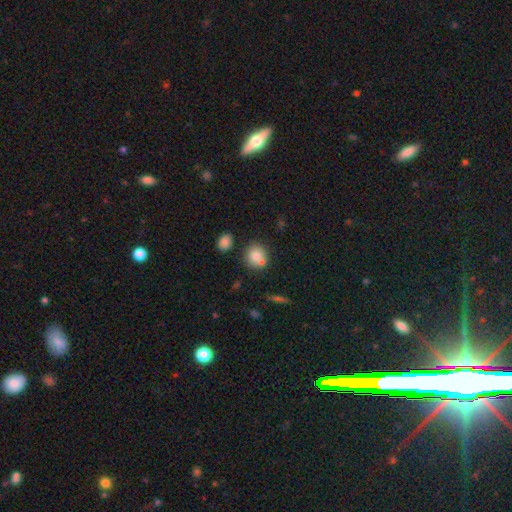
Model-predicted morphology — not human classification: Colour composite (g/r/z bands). It shows a smooth galaxy with no disk features (76%) that is round (86%). Merging: none (60%).